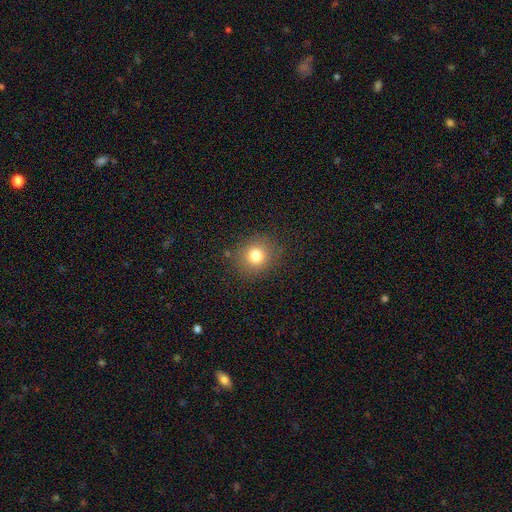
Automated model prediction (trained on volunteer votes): Morphology: type=smooth (78%); roundness=round (84%); merging=none (86%).